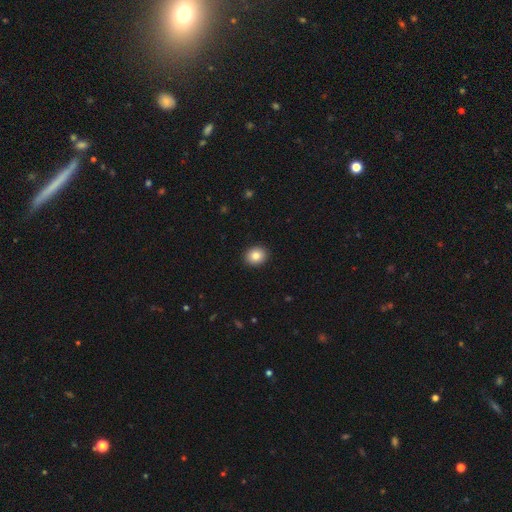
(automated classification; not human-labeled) Smooth or featured: smooth — 83% (star or artifact — 9%)
How rounded: round — 61% (in between — 39%)
Merging: none — 92% (minor disturbance — 6%)